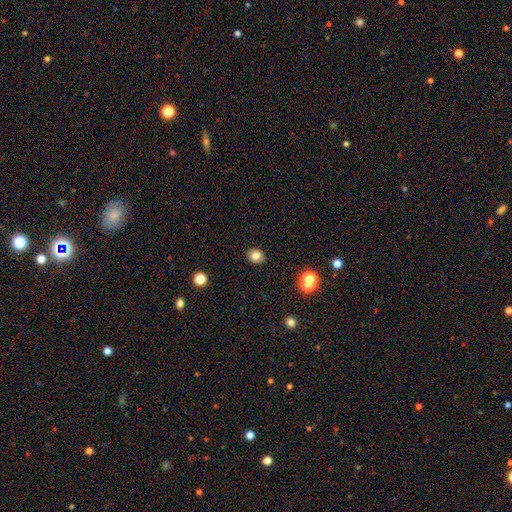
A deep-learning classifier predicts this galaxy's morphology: The model was most divided on "how rounded": round: 56%, in between: 43%, cigar-shaped: 1%. More confident: merging — none (89%); smooth or featured — smooth (80%).